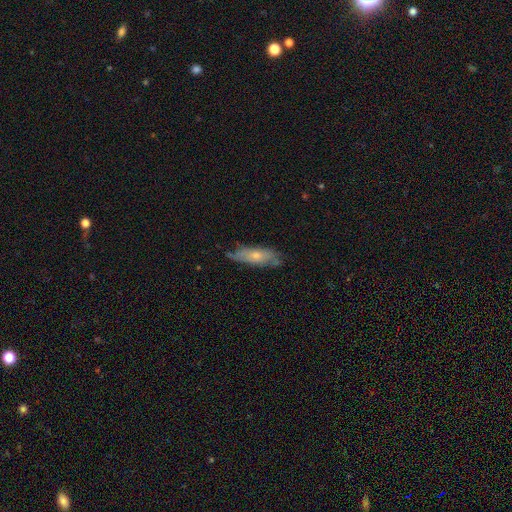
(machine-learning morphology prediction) Overall: smooth (52%; featured or disk 42%). How rounded: cigar-shaped (52%; in between 46%). Merging: none (65%; minor disturbance 27%).